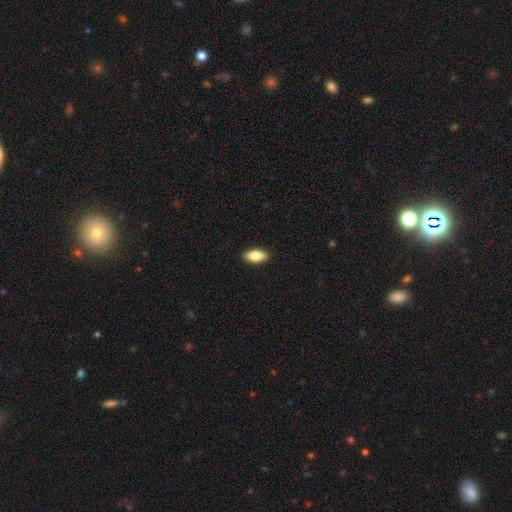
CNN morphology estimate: This is clearly a smooth galaxy (81%). How rounded: clearly in between (87%). Merging: clearly none (91%).